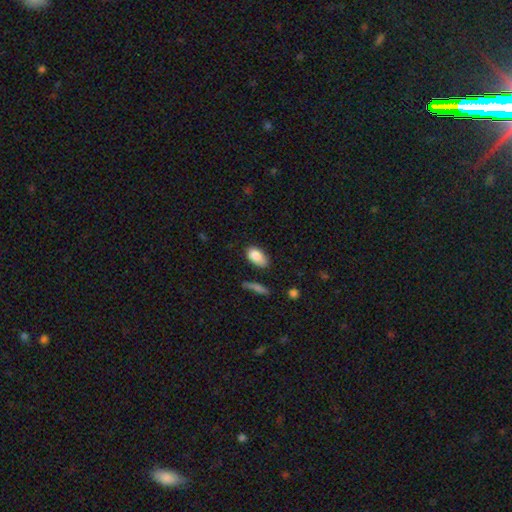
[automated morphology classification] This is clearly a smooth galaxy (85%). How rounded: clearly in between (91%). Merging: likely none (63%).